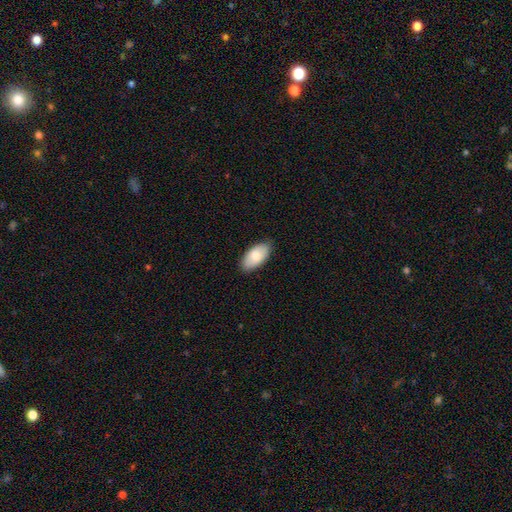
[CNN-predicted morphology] Smooth or featured? Predicted: smooth (p=0.81). How rounded? Predicted: in between (p=0.95). Merging? Predicted: none (p=0.85).